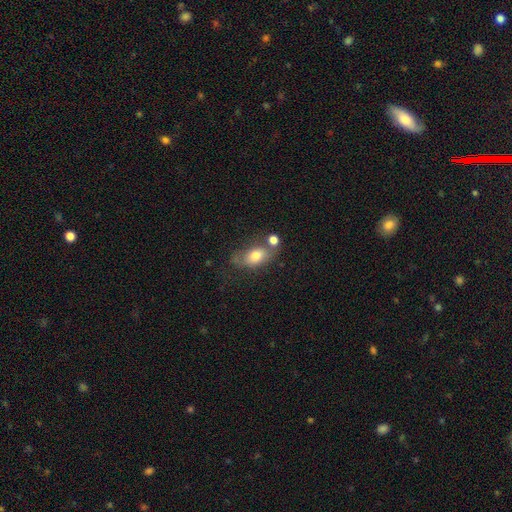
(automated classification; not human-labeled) smooth 71%, featured or disk 21%, star or artifact 8%. Down the decision tree: how rounded — in between (84%); merging — none (45%).